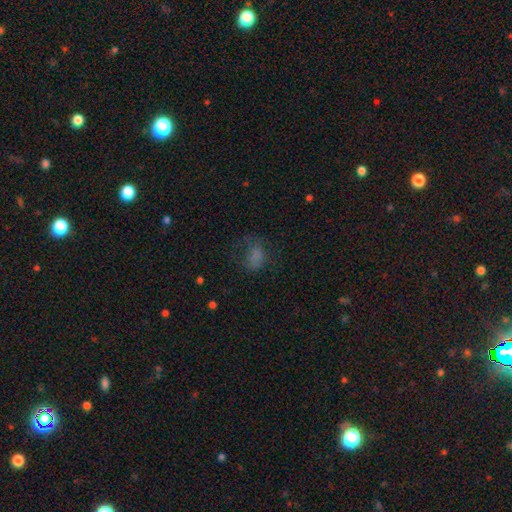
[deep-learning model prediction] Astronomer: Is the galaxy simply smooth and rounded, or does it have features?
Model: smooth — 63%.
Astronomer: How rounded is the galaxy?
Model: in between — 72%.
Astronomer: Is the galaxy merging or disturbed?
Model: none — 41% (runner-up: major disturbance, 35%).